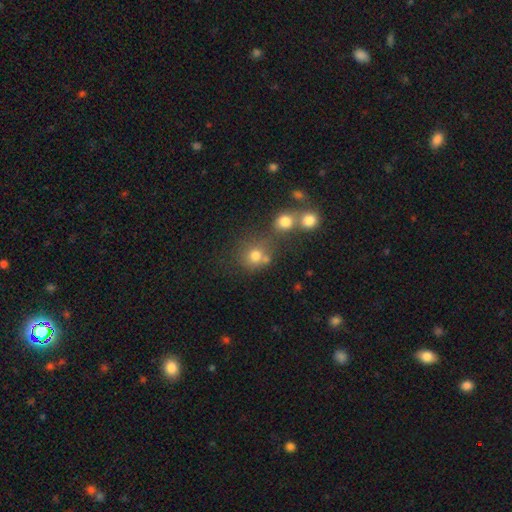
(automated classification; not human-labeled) A smooth galaxy with no disk features (75%) that is round (85%).

Vote fractions:
- Smooth or featured? smooth: 75% / star or artifact: 16% / featured or disk: 10%
- How rounded? round: 85% / in between: 14% / cigar-shaped: 1%
- Merging? none: 53% / merger: 31% / minor disturbance: 10% / major disturbance: 6%